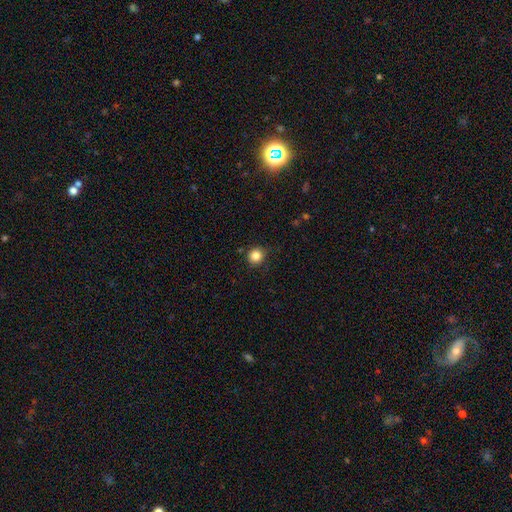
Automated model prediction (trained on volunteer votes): smooth_or_featured: smooth (p=0.84) [alt: star or artifact p=0.11]
how_rounded: round (p=0.92) [alt: in between p=0.07]
merging: none (p=0.87) [alt: minor disturbance p=0.09]